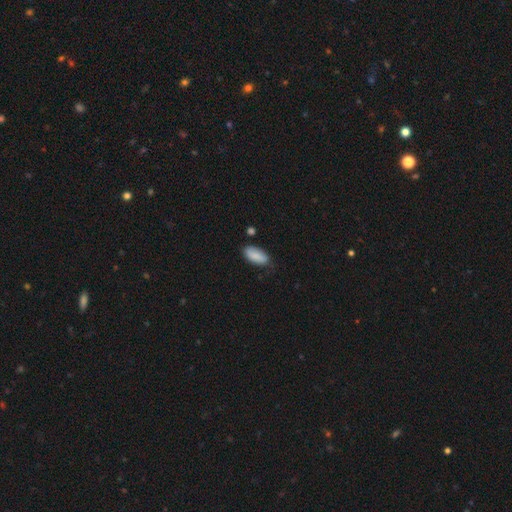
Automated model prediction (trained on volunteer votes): A smooth galaxy with no disk features (86%) that is in between round and cigar-shaped (89%).

Vote fractions:
- Smooth or featured? smooth: 86% / featured or disk: 8% / star or artifact: 6%
- How rounded? in between: 89% / cigar-shaped: 9% / round: 2%
- Merging? none: 73% / minor disturbance: 21% / major disturbance: 4% / merger: 3%